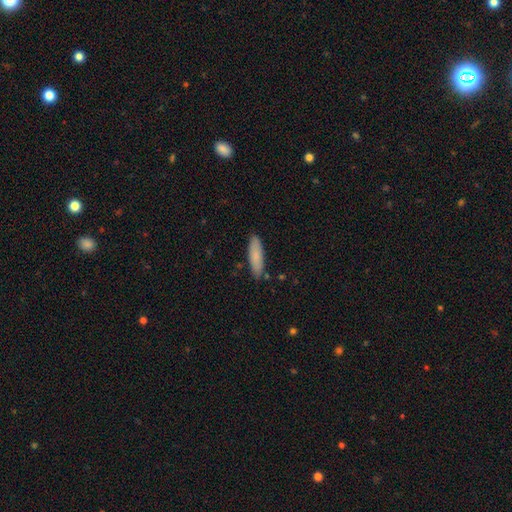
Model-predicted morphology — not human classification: Smooth or featured?
  - smooth: 83% *
  - featured or disk: 11%
  - star or artifact: 6%
How rounded?
  - cigar-shaped: 67% *
  - in between: 31%
  - round: 1%
Merging?
  - none: 85% *
  - minor disturbance: 11%
  - major disturbance: 2%
  - merger: 2%